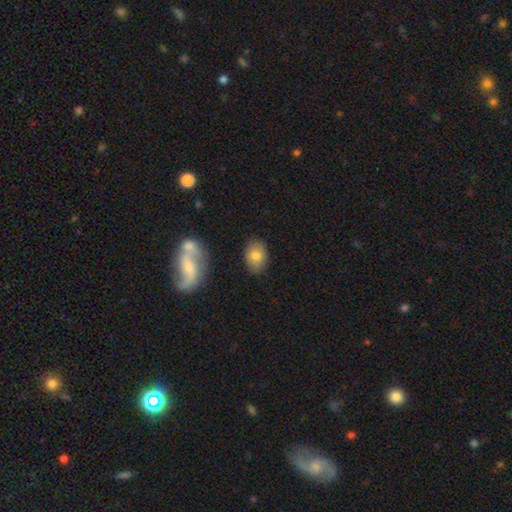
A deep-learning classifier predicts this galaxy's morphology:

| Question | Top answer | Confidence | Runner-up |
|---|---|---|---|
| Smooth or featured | smooth | 78% | featured or disk (14%) |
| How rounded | in between | 77% | round (22%) |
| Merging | none | 80% | minor disturbance (13%) |